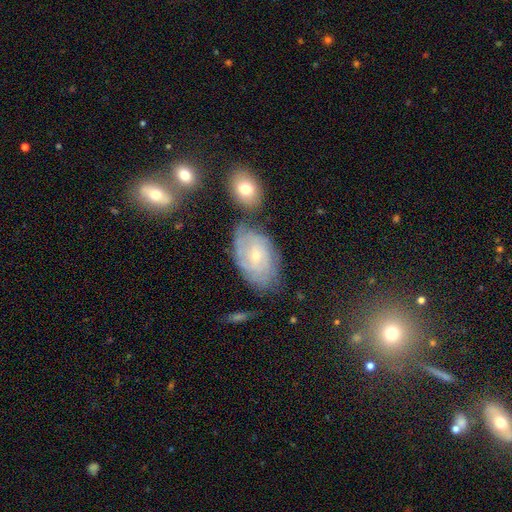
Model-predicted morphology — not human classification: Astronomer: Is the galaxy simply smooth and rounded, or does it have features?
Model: featured or disk — 68%.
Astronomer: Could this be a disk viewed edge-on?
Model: no — 95%.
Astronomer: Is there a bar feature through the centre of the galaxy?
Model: no — 63%.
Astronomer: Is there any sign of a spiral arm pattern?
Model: yes — 86%.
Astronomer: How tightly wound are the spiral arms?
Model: tight — 69%.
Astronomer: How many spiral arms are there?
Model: can't tell — 55%.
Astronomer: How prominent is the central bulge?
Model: small — 70%.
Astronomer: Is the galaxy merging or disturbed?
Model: none — 62%.